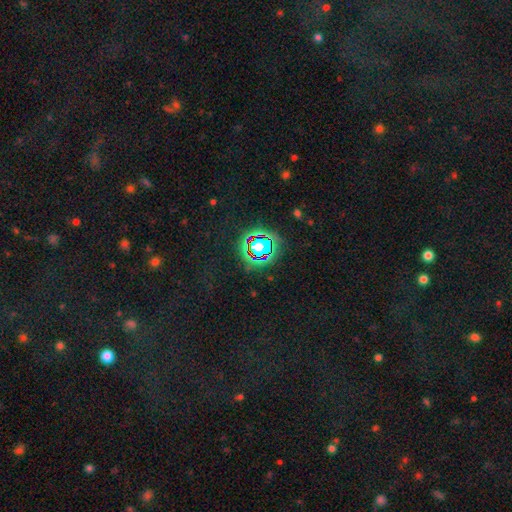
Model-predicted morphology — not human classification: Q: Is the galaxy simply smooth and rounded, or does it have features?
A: star or artifact — 78%.